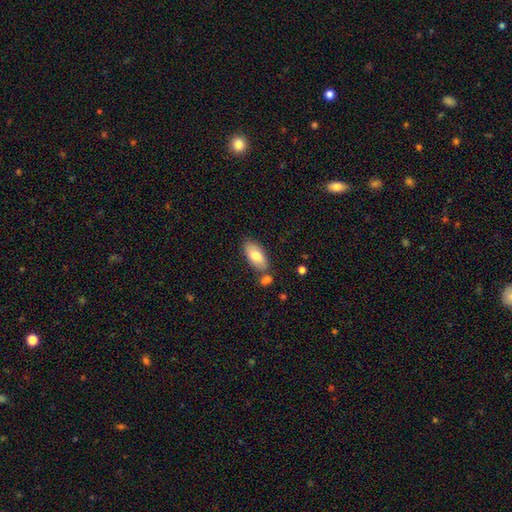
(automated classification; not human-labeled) Smooth or featured? smooth (77%)
How rounded? in between (92%)
Merging? none (72%)